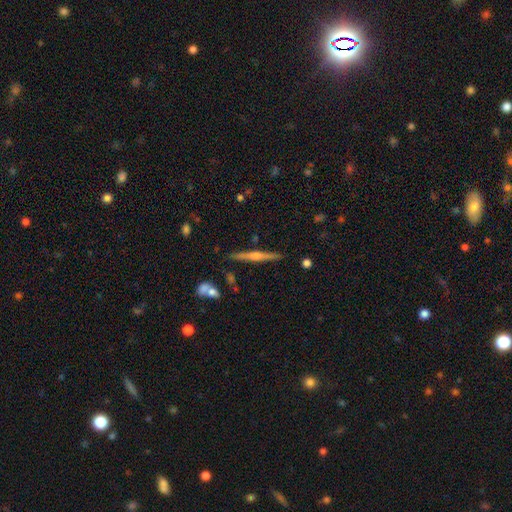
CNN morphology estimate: Smooth or featured? Predicted: featured or disk (p=0.73). Edge-on disk? Predicted: yes (p=0.98). Edge-on bulge? Predicted: rounded (p=0.78). Merging? Predicted: none (p=0.90).